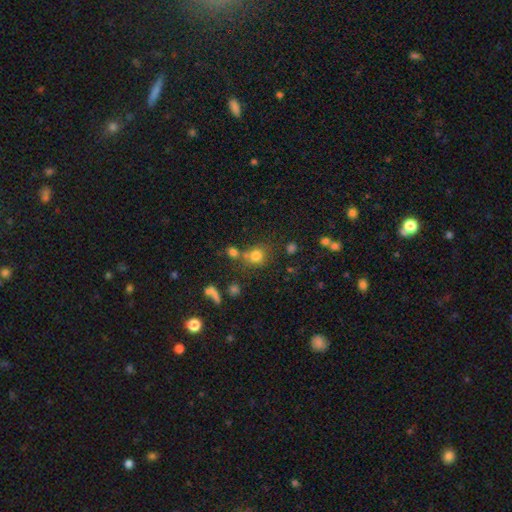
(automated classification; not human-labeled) Q: Smooth or featured?
A: smooth (76%); runner-up: star or artifact (14%)
Q: How rounded?
A: round (78%); runner-up: in between (20%)
Q: Merging?
A: none (57%); runner-up: merger (24%)